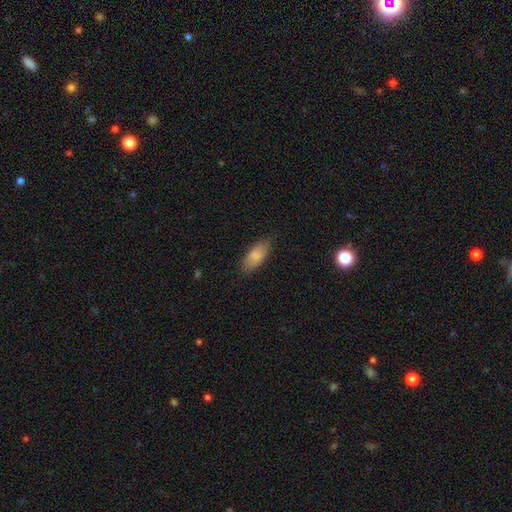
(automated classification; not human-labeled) smooth 85%, featured or disk 9%, star or artifact 6%. Down the decision tree: how rounded — in between (81%); merging — none (83%).